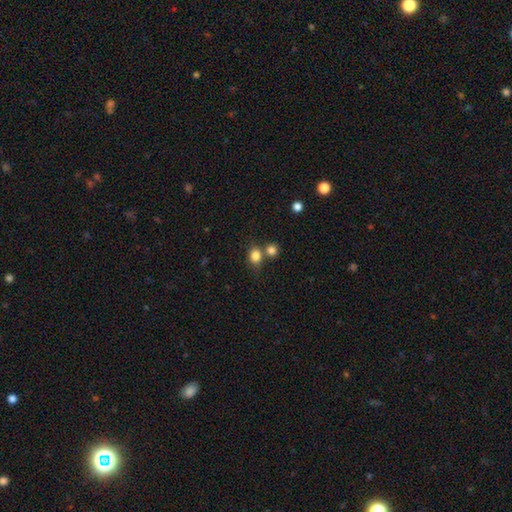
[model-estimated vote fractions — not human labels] Morphology: type=smooth (82%); roundness=round (64%); merging=none (54%).